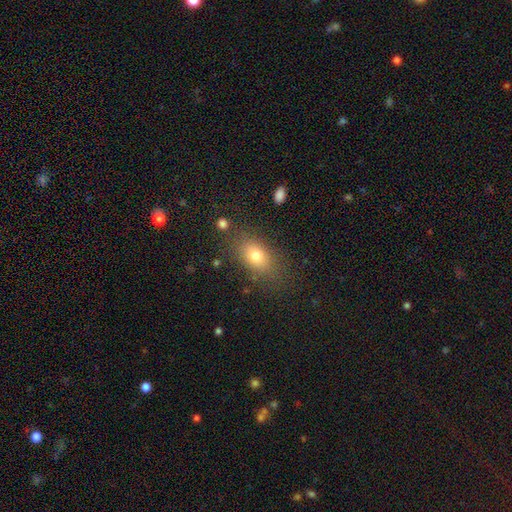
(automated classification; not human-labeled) This appears to be a smooth galaxy with no disk features (76%) that is in between round and cigar-shaped (80%). Merging: none (77%).